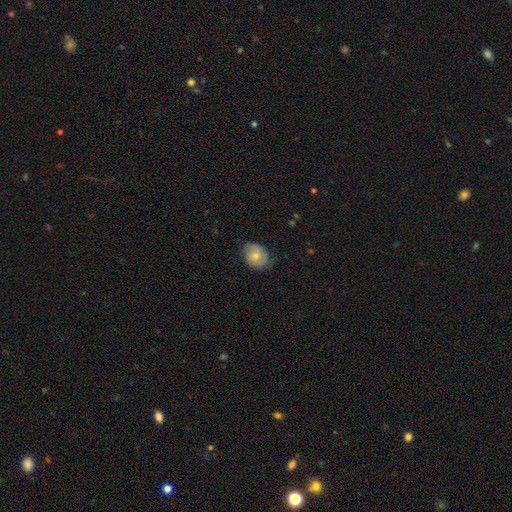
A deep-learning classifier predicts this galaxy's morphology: This is possibly a smooth galaxy (55%). How rounded: possibly round (53%). Merging: likely none (66%).